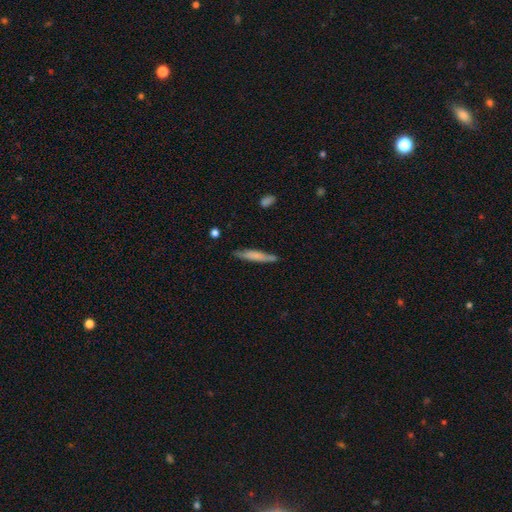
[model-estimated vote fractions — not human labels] Smooth or featured? smooth (62%)
How rounded? cigar-shaped (91%)
Merging? none (78%)